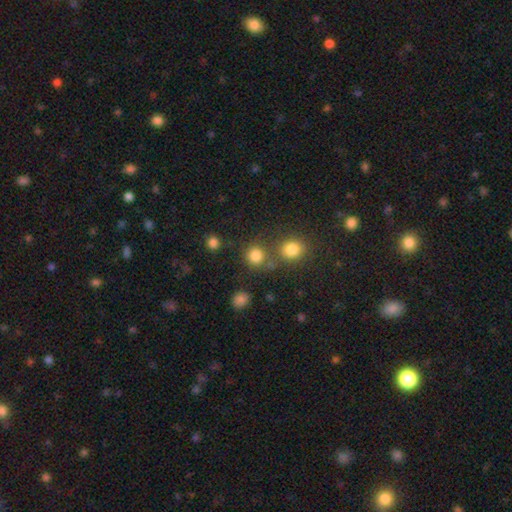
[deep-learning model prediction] smooth_or_featured: smooth (p=0.81) [alt: star or artifact p=0.13]
how_rounded: round (p=0.88) [alt: in between p=0.11]
merging: none (p=0.66) [alt: merger p=0.21]